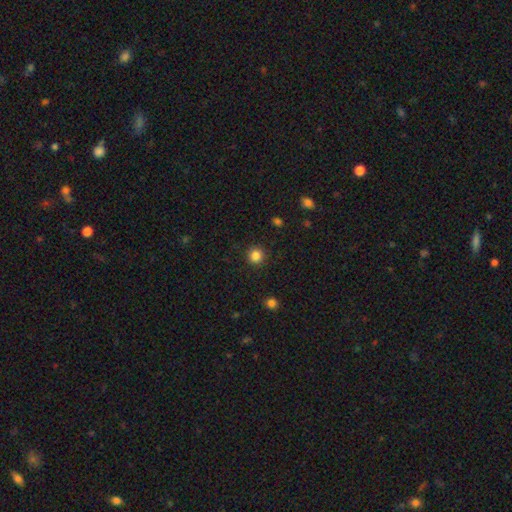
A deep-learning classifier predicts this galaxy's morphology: A smooth galaxy with no disk features (85%) that is round (94%). Merging: none (91%).